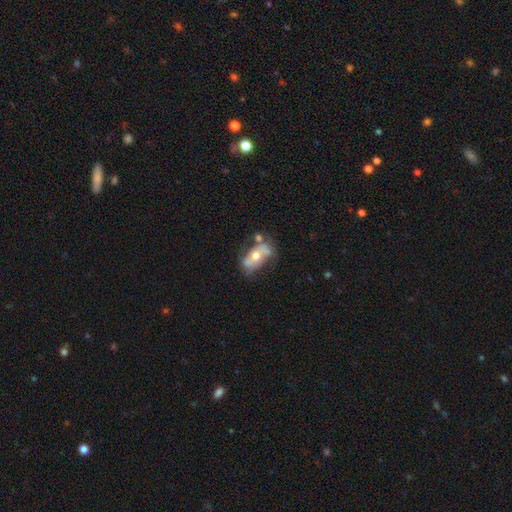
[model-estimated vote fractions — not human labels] Q: Smooth or featured?
A: featured or disk (60%); runner-up: smooth (32%)
Q: Edge-on disk?
A: no (91%); runner-up: yes (9%)
Q: Bar?
A: no (74%); runner-up: weak (17%)
Q: Spiral arms?
A: no (51%); runner-up: yes (49%)
Q: Bulge size?
A: moderate (73%); runner-up: small (16%)
Q: Merging?
A: none (44%); runner-up: minor disturbance (24%)